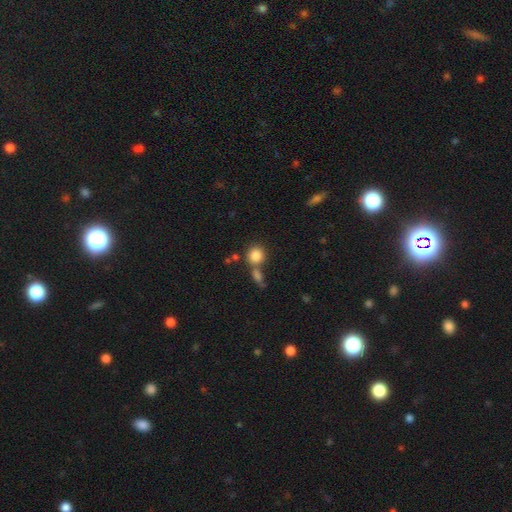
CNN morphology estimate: This is clearly a smooth galaxy (84%). How rounded: clearly round (84%). Merging: possibly none (56%).